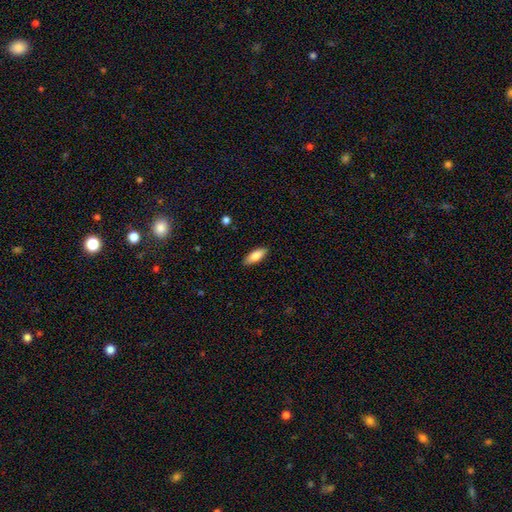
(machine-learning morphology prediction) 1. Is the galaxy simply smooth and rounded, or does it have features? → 84% smooth, 10% featured or disk, 6% star or artifact.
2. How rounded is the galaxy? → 71% in between, 27% cigar-shaped, 2% round.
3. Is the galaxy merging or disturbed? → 89% none, 8% minor disturbance, 2% major disturbance, 1% merger.